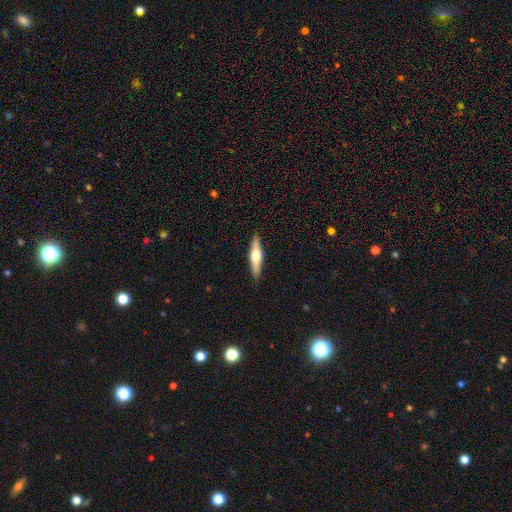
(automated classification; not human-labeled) Morphology: type=featured or disk (53%); edge-on=yes (94%); merging=none (89%).